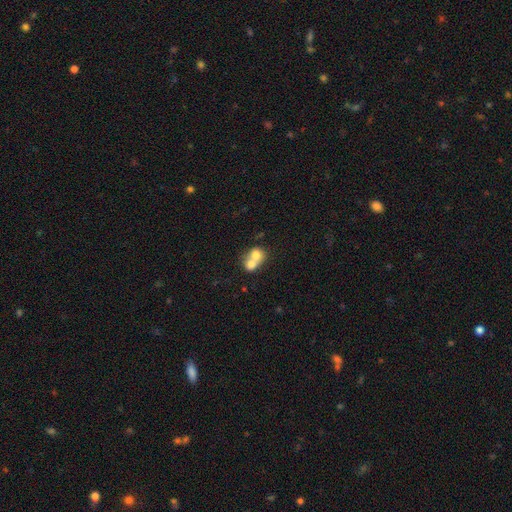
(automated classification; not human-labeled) The model was most divided on "how rounded": round: 61%, in between: 38%, cigar-shaped: 1%. More confident: merging — merger (77%); smooth or featured — smooth (69%).